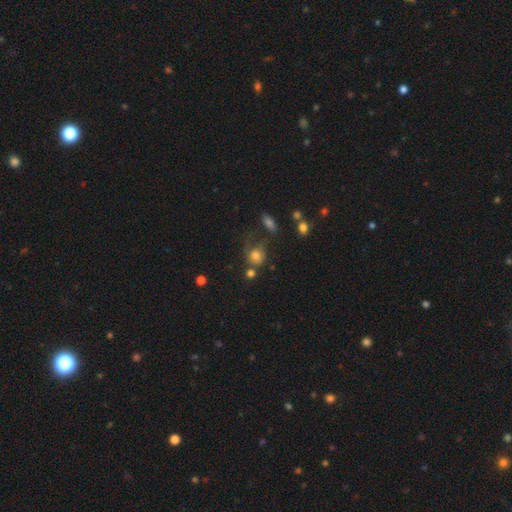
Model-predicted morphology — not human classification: This appears to be a smooth galaxy with no disk features (74%) that is round (70%). Merging: none (38%).